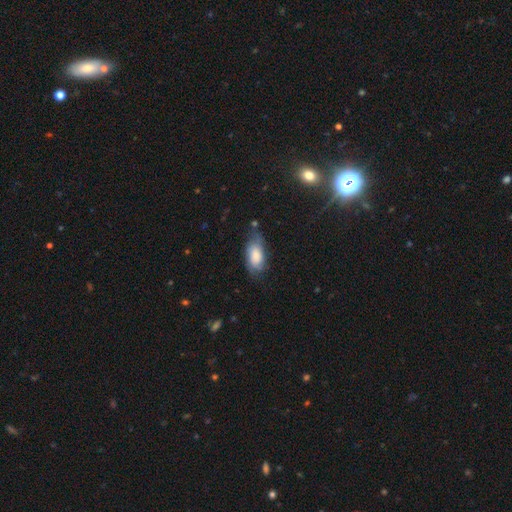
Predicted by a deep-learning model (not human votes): Morphology: type=smooth (73%); roundness=in between (91%); merging=none (54%).